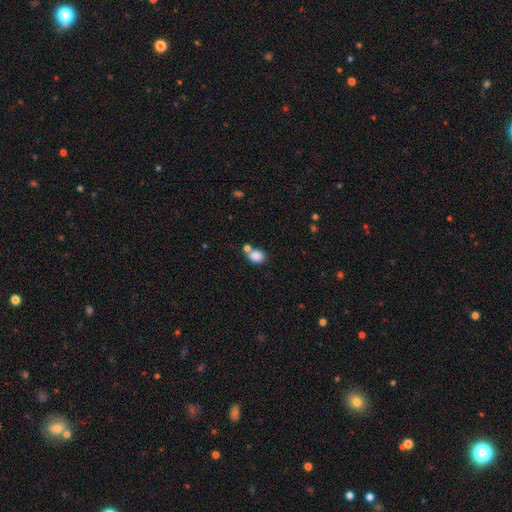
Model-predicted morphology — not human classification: smooth-or-featured: smooth: 85% | star or artifact: 9% | featured or disk: 6%
  how-rounded: in between: 57% | round: 42% | cigar-shaped: 1%
  merging: none: 55% | merger: 28% | minor disturbance: 12% | major disturbance: 4%